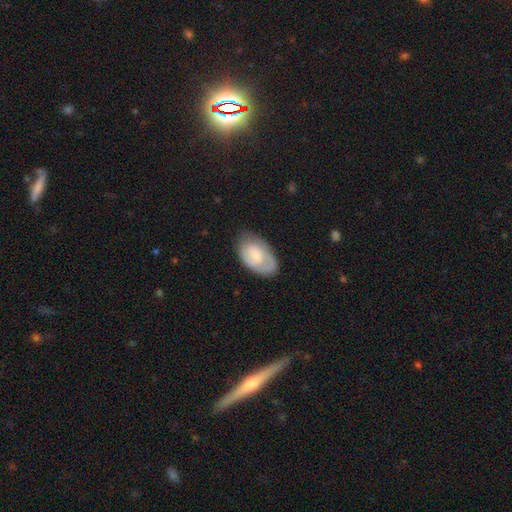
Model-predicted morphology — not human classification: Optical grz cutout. It shows a smooth galaxy with no disk features (48%). Merging: none (69%).